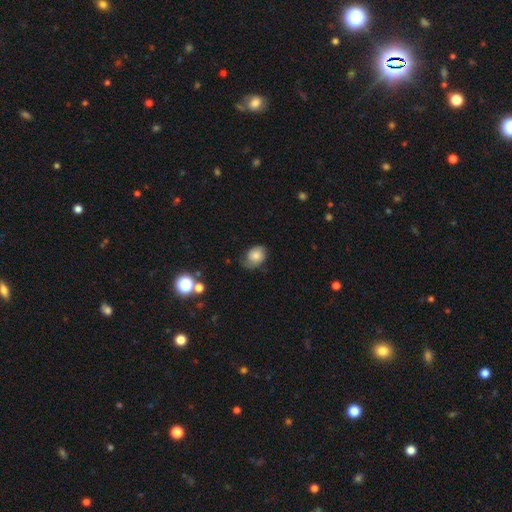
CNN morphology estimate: Smooth or featured? smooth (66%)
How rounded? in between (61%)
Merging? none (50%)